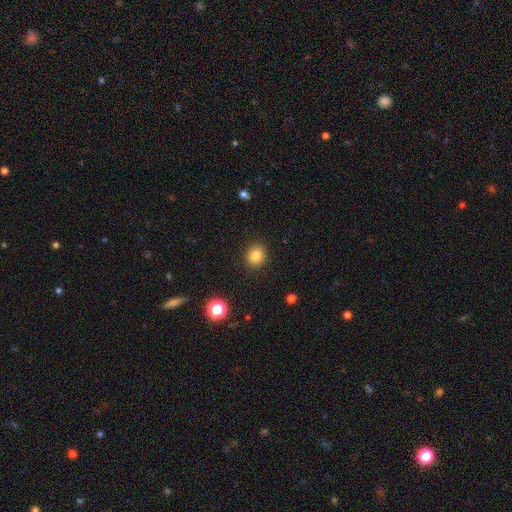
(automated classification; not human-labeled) Q: Smooth or featured?
A: smooth (84%); runner-up: star or artifact (11%)
Q: How rounded?
A: round (78%); runner-up: in between (21%)
Q: Merging?
A: none (90%); runner-up: minor disturbance (7%)